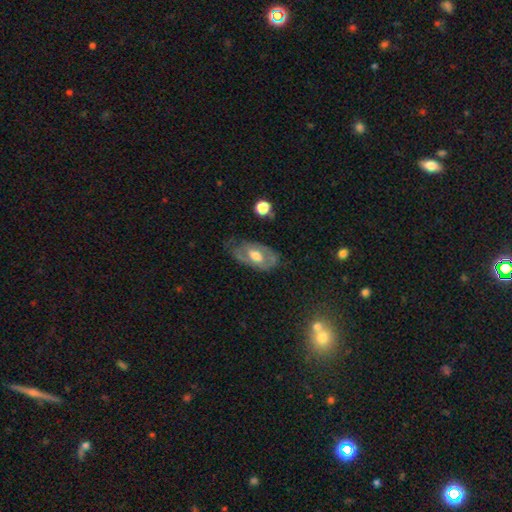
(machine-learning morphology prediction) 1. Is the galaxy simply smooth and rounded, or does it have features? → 62% featured or disk, 32% smooth, 7% star or artifact.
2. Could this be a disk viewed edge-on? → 90% no, 10% yes.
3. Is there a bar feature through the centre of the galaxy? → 61% no, 30% weak, 9% strong.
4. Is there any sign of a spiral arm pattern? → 55% no, 45% yes.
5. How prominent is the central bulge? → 56% moderate, 31% large, 9% small, 2% none, 2% dominant.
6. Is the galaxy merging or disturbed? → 62% none, 25% minor disturbance, 11% major disturbance, 2% merger.